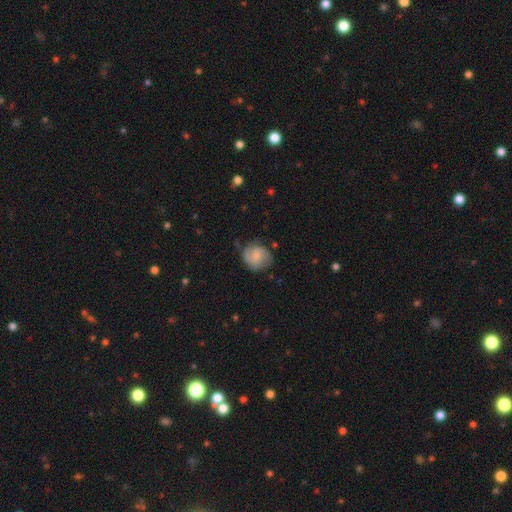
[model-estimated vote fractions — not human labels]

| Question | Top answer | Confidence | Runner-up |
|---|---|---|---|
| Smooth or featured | smooth | 56% | featured or disk (37%) |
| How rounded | round | 77% | in between (22%) |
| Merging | none | 60% | minor disturbance (27%) |